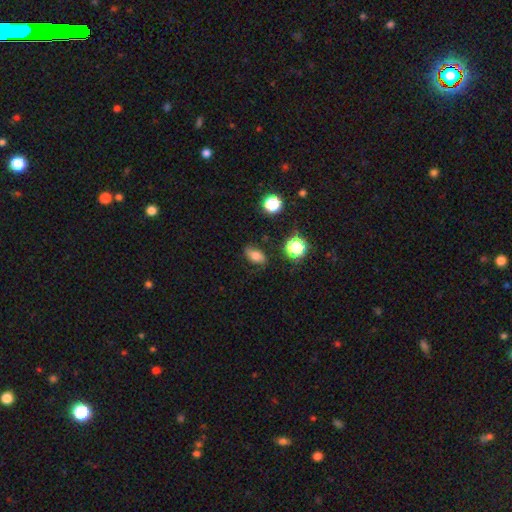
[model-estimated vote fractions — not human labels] This is likely a smooth galaxy (74%). How rounded: clearly in between (82%). Merging: likely none (77%).